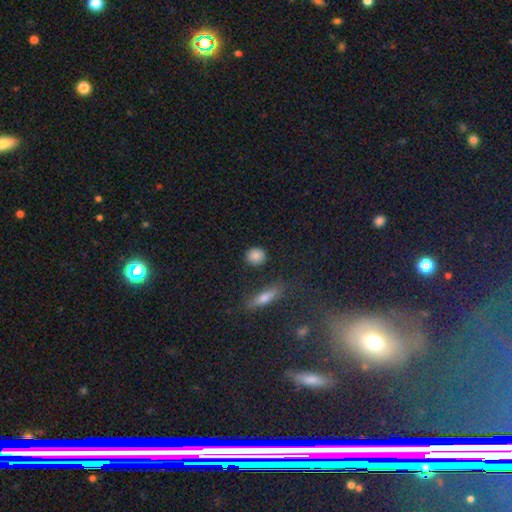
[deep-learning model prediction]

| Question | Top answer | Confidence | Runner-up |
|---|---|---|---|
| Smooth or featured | smooth | 85% | star or artifact (9%) |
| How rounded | round | 82% | in between (15%) |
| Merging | none | 86% | minor disturbance (9%) |